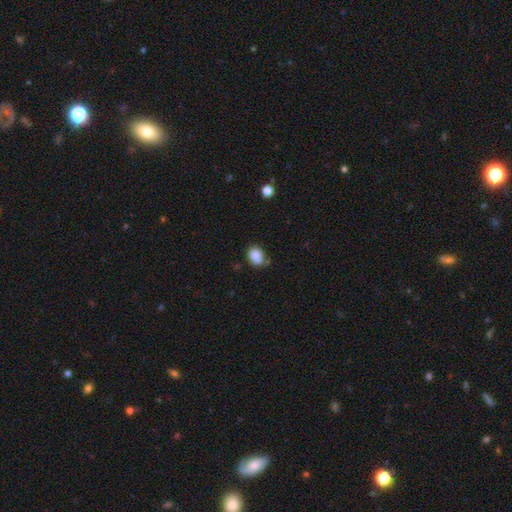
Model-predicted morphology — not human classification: smooth_or_featured: smooth (p=0.84) [alt: star or artifact p=0.09]
how_rounded: in between (p=0.56) [alt: round p=0.43]
merging: none (p=0.58) [alt: minor disturbance p=0.28]